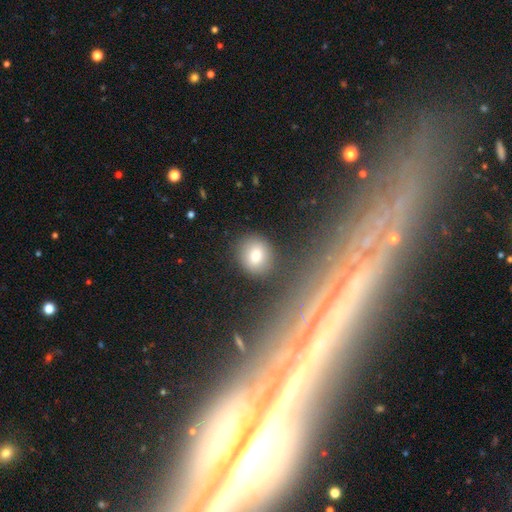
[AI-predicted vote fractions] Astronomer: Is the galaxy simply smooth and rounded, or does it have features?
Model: smooth — 78%.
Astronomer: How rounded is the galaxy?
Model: round — 77%.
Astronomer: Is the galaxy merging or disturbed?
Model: none — 84%.